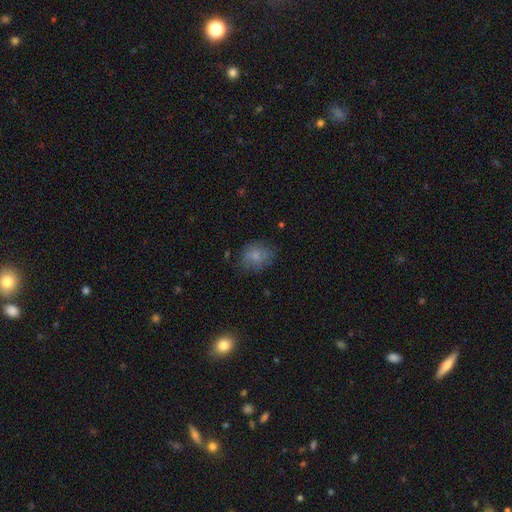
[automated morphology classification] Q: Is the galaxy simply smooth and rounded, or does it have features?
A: smooth — 75%.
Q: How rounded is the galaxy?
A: in between — 52%.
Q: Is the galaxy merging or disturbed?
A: none — 69%.